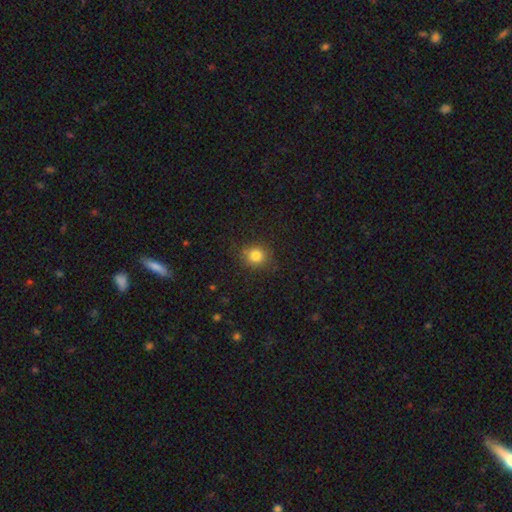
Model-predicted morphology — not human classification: This is clearly a smooth galaxy (82%). How rounded: clearly round (82%). Merging: clearly none (86%).